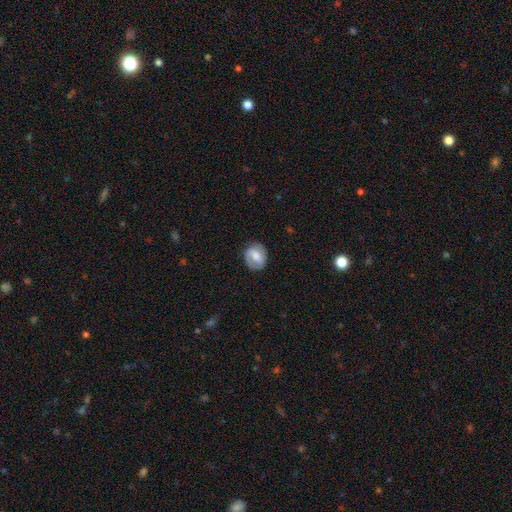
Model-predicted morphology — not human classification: This appears to be a smooth galaxy with no disk features (47%). Merging: none (79%).